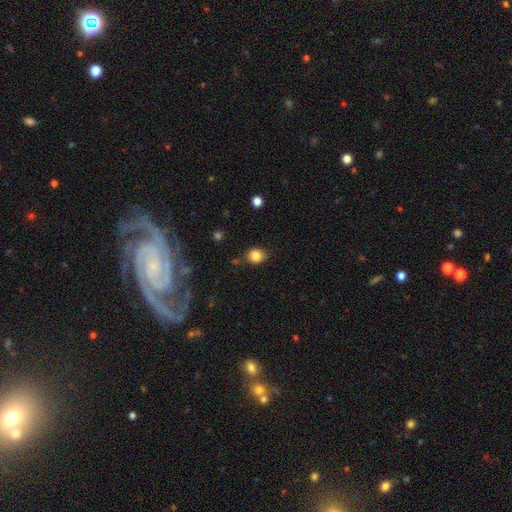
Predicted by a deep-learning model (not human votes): Smooth or featured?
  - smooth: 84% *
  - star or artifact: 11%
  - featured or disk: 5%
How rounded?
  - round: 71% *
  - in between: 28%
  - cigar-shaped: 1%
Merging?
  - none: 78% *
  - minor disturbance: 15%
  - major disturbance: 4%
  - merger: 3%